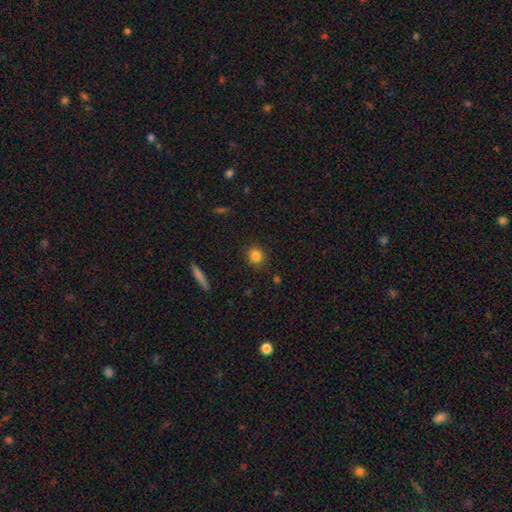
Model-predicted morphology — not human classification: This appears to be a smooth galaxy with no disk features (84%) that is round (80%). Merging: none (88%).